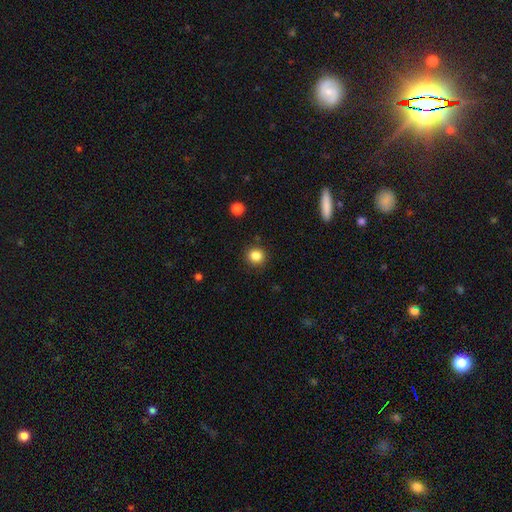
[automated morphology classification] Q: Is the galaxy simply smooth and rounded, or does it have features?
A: smooth — 84%.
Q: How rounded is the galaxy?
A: round — 89%.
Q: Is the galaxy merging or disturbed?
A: none — 89%.